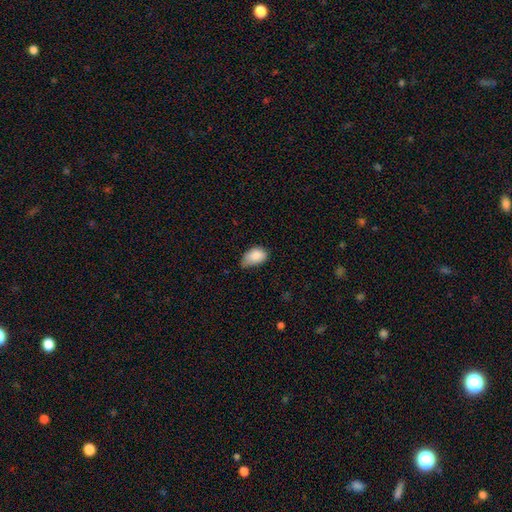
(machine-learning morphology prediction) smooth 86%, star or artifact 8%, featured or disk 6%. Down the decision tree: how rounded — in between (89%); merging — minor disturbance (48%).